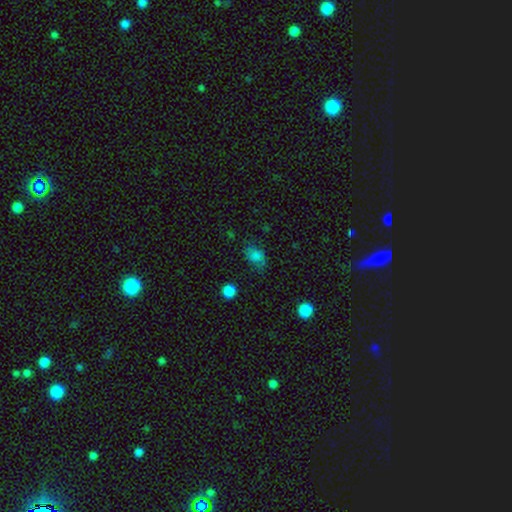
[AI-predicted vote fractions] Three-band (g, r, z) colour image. It shows a smooth galaxy with no disk features (76%) that is in between round and cigar-shaped (71%). Merging: none (54%).